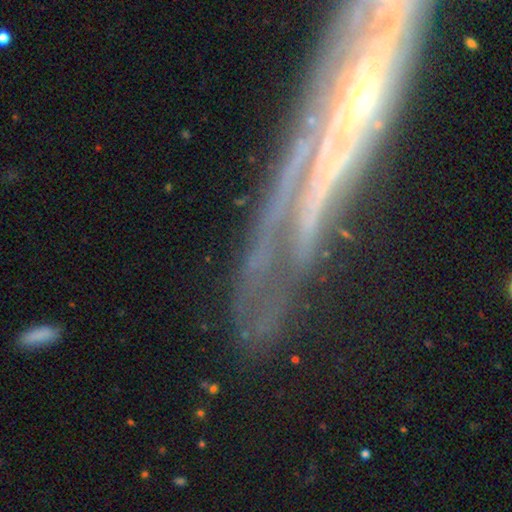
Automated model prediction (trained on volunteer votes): smooth_or_featured: featured or disk (p=0.63) [alt: star or artifact p=0.20]
disk_edge_on: no (p=0.51) [alt: yes p=0.49]
merging: none (p=0.72) [alt: minor disturbance p=0.15]